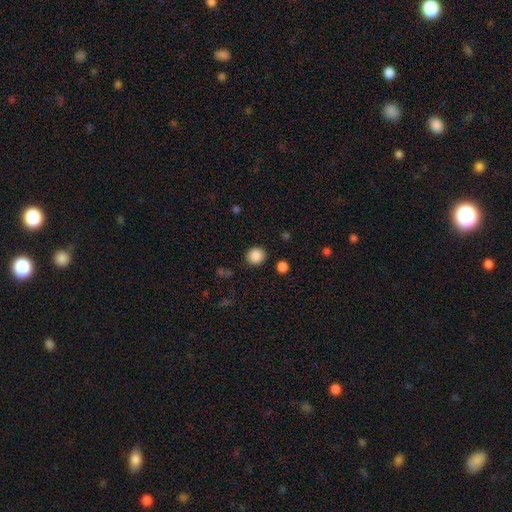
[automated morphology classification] type=smooth (87%); roundness=round (89%); merging=none (88%).